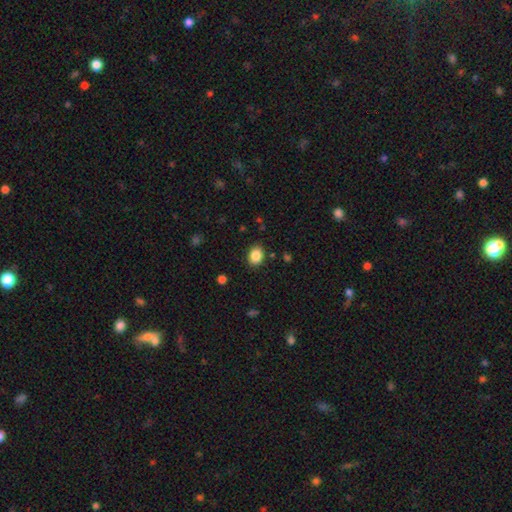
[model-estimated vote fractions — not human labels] Smooth or featured? smooth (87%)
How rounded? in between (58%)
Merging? none (87%)